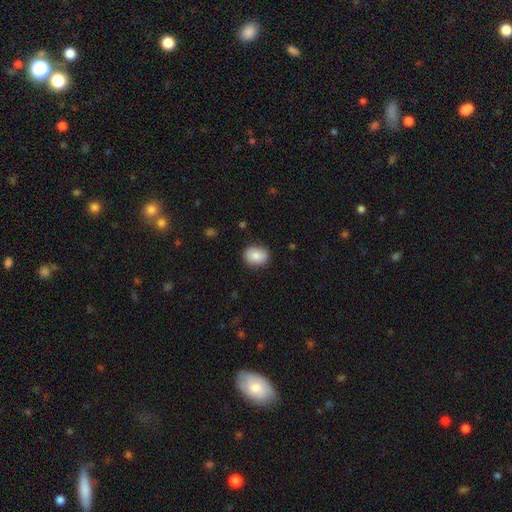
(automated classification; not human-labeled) Smooth or featured? smooth (84%)
How rounded? in between (58%)
Merging? none (86%)